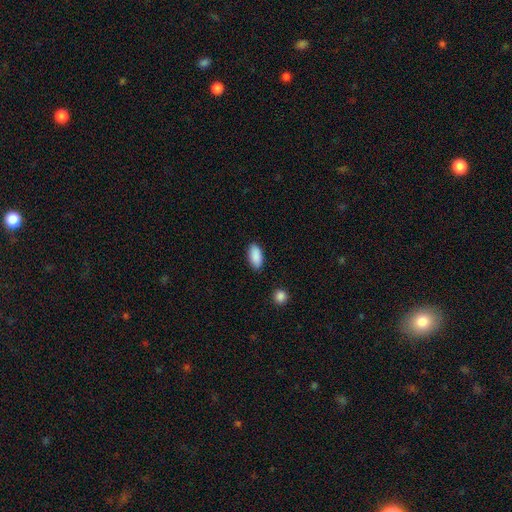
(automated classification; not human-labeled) A smooth galaxy with no disk features (90%) that is in between round and cigar-shaped (91%). Merging: none (87%).